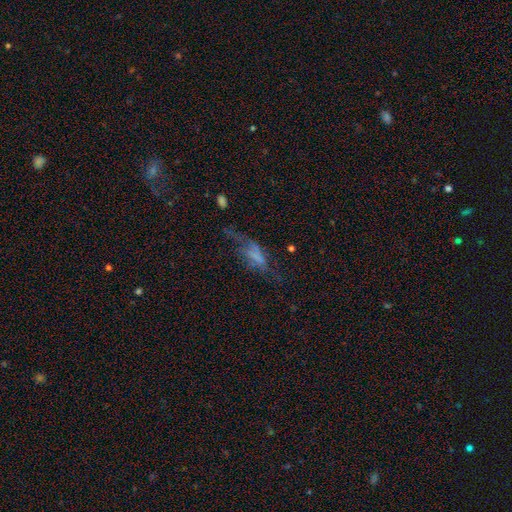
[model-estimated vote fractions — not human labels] Q: Smooth or featured?
A: featured or disk (44%); runner-up: smooth (40%)
Q: Merging?
A: major disturbance (38%); runner-up: none (34%)